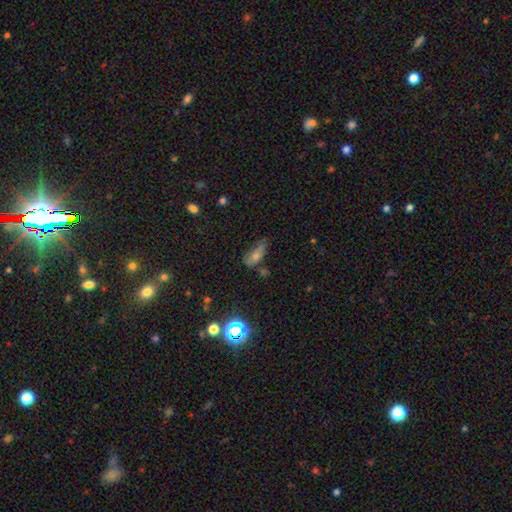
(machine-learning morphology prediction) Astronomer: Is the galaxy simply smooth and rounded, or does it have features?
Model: smooth — 52%.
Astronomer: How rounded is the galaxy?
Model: in between — 64%.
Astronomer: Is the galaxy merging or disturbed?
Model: none — 49% (runner-up: minor disturbance, 32%).